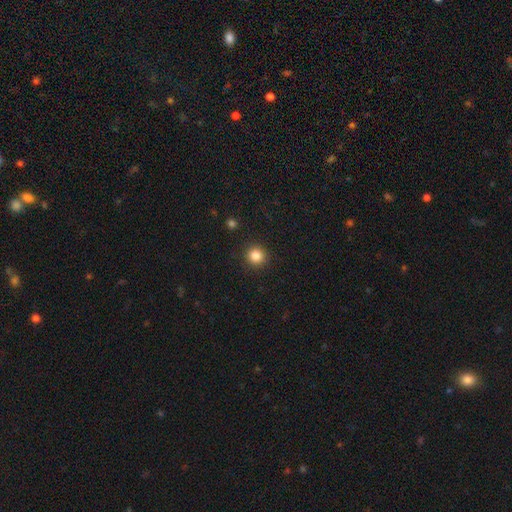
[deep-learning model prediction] This is clearly a smooth galaxy (84%). How rounded: clearly round (94%). Merging: clearly none (92%).